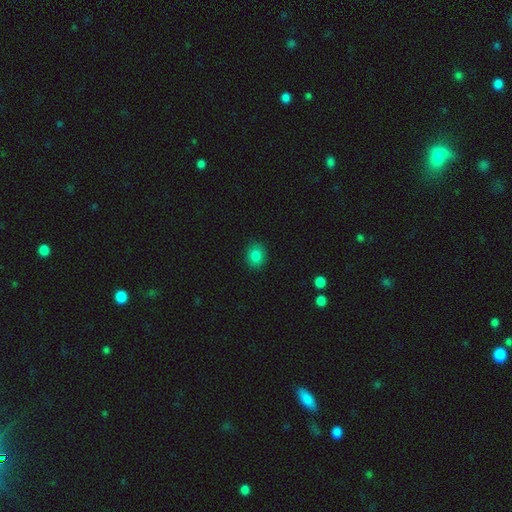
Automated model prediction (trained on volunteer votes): smooth-or-featured: smooth: 83% | star or artifact: 11% | featured or disk: 6%
  how-rounded: round: 59% | in between: 40% | cigar-shaped: 1%
  merging: none: 87% | minor disturbance: 10% | major disturbance: 2% | merger: 1%